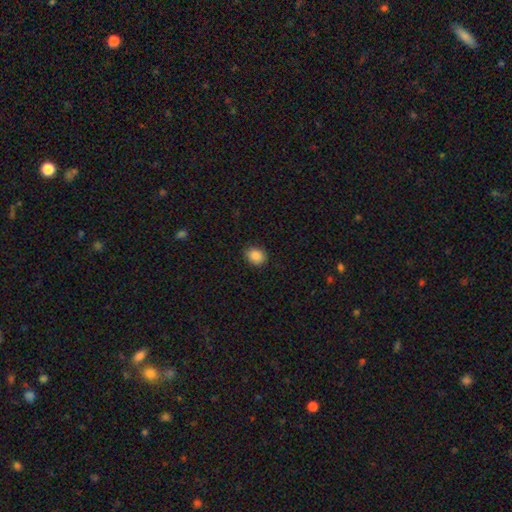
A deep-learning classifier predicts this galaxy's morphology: type=smooth (87%); roundness=round (54%); merging=none (87%).